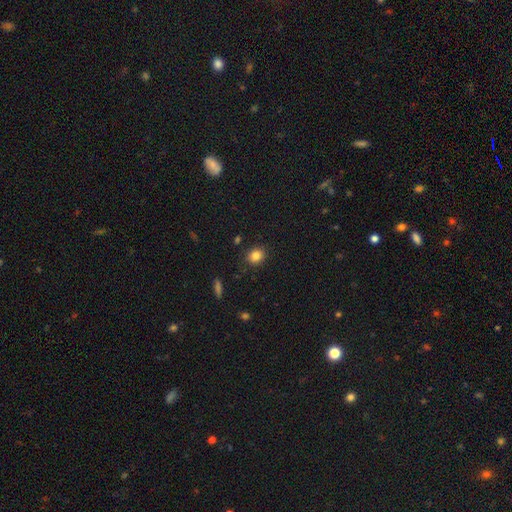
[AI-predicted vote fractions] smooth-or-featured: smooth: 84% | star or artifact: 11% | featured or disk: 5%
  how-rounded: round: 65% | in between: 33% | cigar-shaped: 1%
  merging: none: 87% | minor disturbance: 9% | major disturbance: 2% | merger: 2%